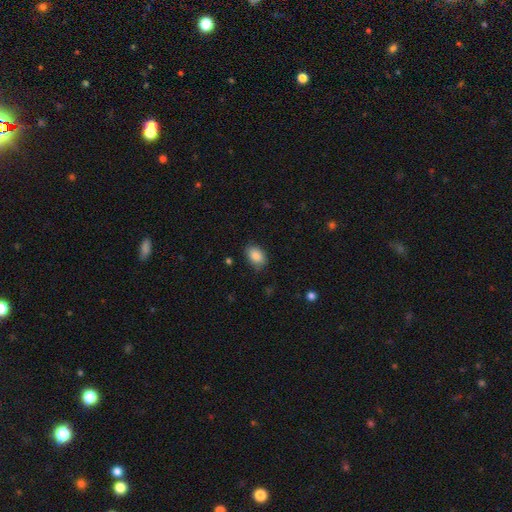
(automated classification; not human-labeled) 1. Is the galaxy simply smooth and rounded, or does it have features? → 87% smooth, 7% star or artifact, 5% featured or disk.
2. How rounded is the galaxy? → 85% in between, 14% round, 1% cigar-shaped.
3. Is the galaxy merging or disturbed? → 81% none, 15% minor disturbance, 3% major disturbance, 1% merger.